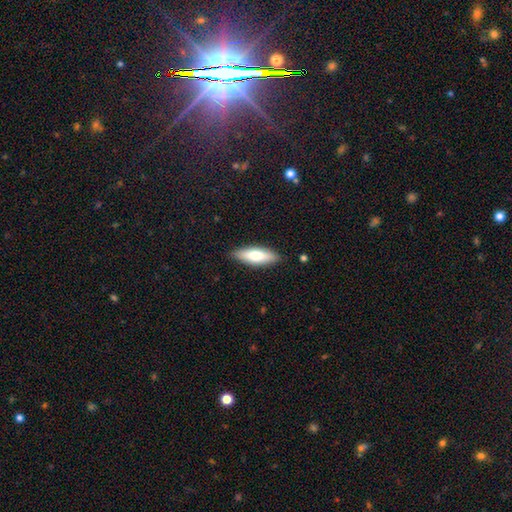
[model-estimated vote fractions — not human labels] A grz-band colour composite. It shows a smooth galaxy with no disk features (67%) that is in between round and cigar-shaped (57%). Merging: none (87%).